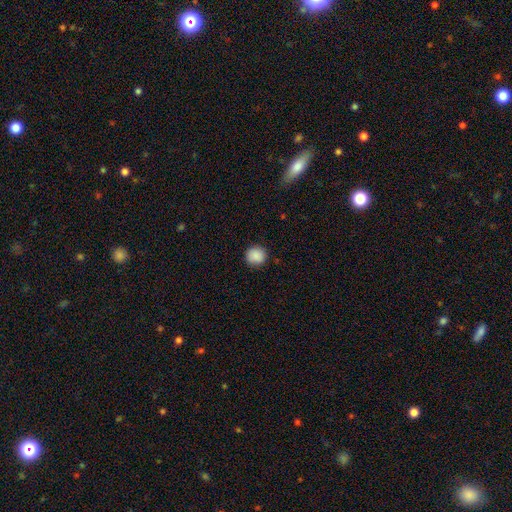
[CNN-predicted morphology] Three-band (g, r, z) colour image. It shows a smooth galaxy with no disk features (88%) that is round (91%). Merging: none (87%).